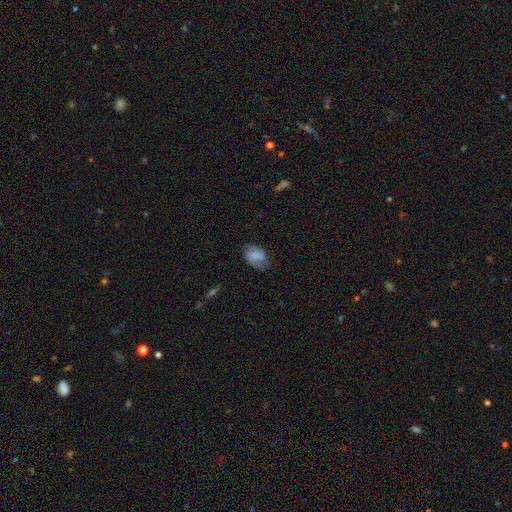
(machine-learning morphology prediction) type=smooth (60%); roundness=in between (86%); merging=none (63%).